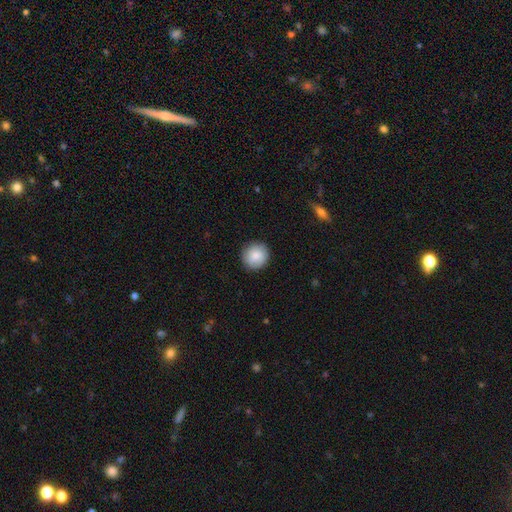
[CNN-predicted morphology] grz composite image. It shows a smooth galaxy with no disk features (86%) that is round (94%). Merging: none (90%).